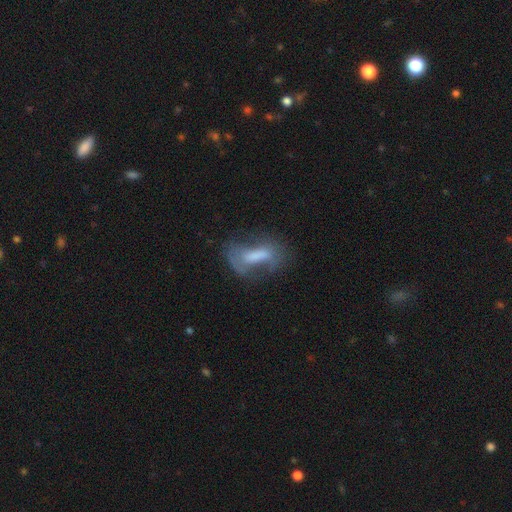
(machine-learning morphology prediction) Smooth or featured: featured or disk — 47% (smooth — 42%)
Merging: none — 43% (major disturbance — 28%)